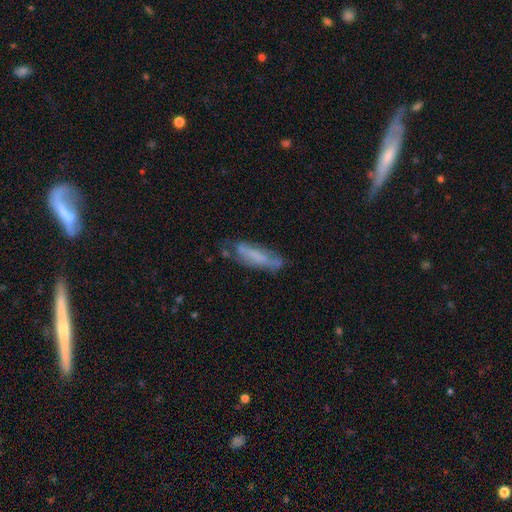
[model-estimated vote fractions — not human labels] Morphology: type=smooth (51%); roundness=cigar-shaped (64%); merging=none (57%).